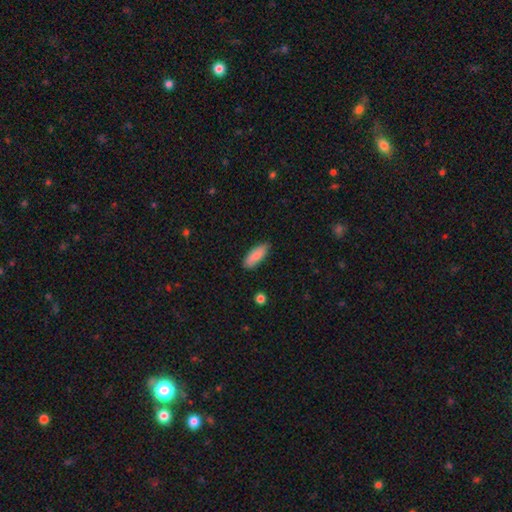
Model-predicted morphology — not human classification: Smooth or featured: smooth — 86% (featured or disk — 7%)
How rounded: in between — 71% (cigar-shaped — 28%)
Merging: none — 84% (minor disturbance — 12%)